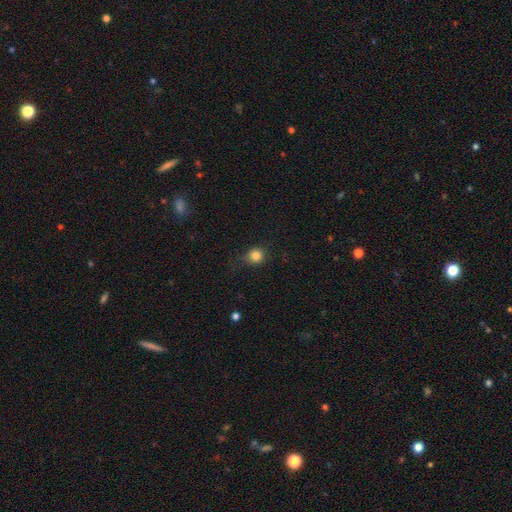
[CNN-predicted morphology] This appears to be a smooth galaxy with no disk features (83%) that is round (87%). Merging: none (75%).